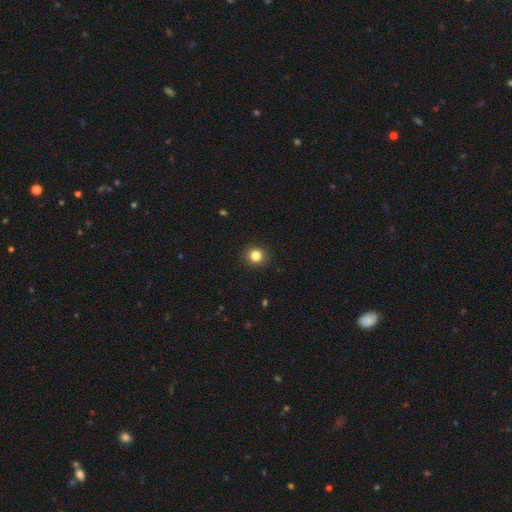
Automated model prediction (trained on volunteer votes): smooth_or_featured: smooth (p=0.83) [alt: star or artifact p=0.12]
how_rounded: round (p=0.92) [alt: in between p=0.08]
merging: none (p=0.92) [alt: minor disturbance p=0.05]